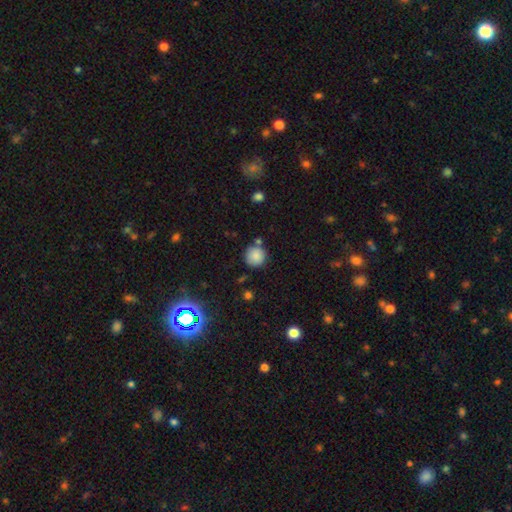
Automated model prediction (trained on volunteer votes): Smooth or featured?
  - smooth: 85% *
  - star or artifact: 10%
  - featured or disk: 6%
How rounded?
  - round: 94% *
  - in between: 5%
  - cigar-shaped: 1%
Merging?
  - none: 77% *
  - minor disturbance: 12%
  - merger: 8%
  - major disturbance: 3%